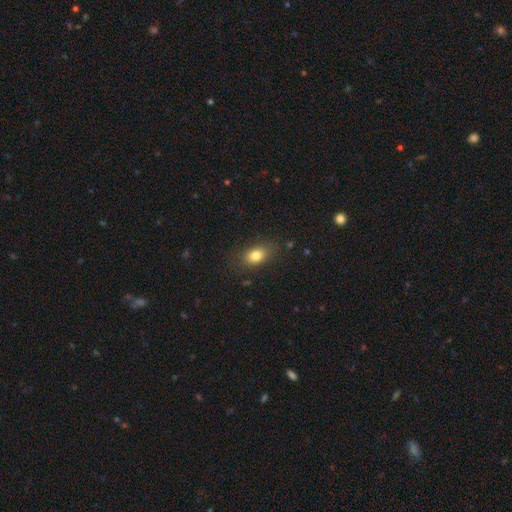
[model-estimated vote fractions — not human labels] A smooth galaxy with no disk features (82%) that is in between round and cigar-shaped (81%). Merging: none (82%).